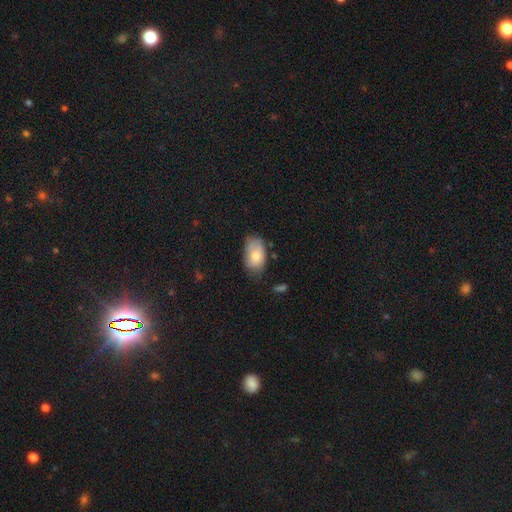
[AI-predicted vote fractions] Smooth or featured?
  - smooth: 72% *
  - featured or disk: 21%
  - star or artifact: 7%
How rounded?
  - in between: 91% *
  - round: 7%
  - cigar-shaped: 2%
Merging?
  - none: 57% *
  - minor disturbance: 33%
  - major disturbance: 8%
  - merger: 3%